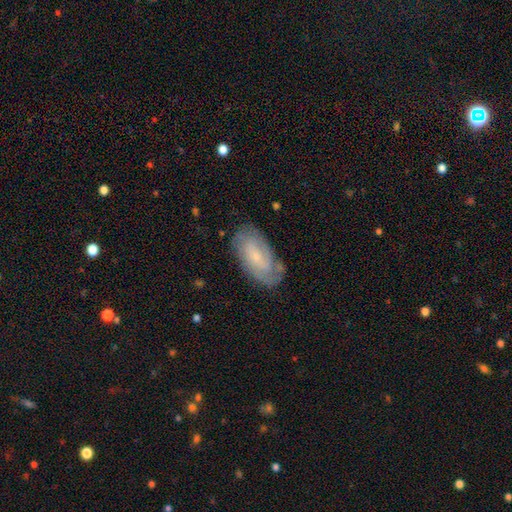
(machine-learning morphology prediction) This appears to be a featured or disk galaxy (61%) with no bar (58%), spiral arms (88%) and a small central bulge (67%). Merging: none (77%).